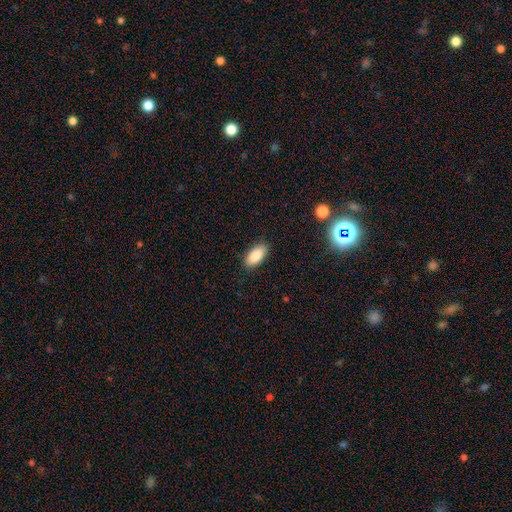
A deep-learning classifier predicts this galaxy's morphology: Smooth or featured: smooth — 88% (star or artifact — 7%)
How rounded: in between — 91% (cigar-shaped — 7%)
Merging: none — 88% (minor disturbance — 9%)